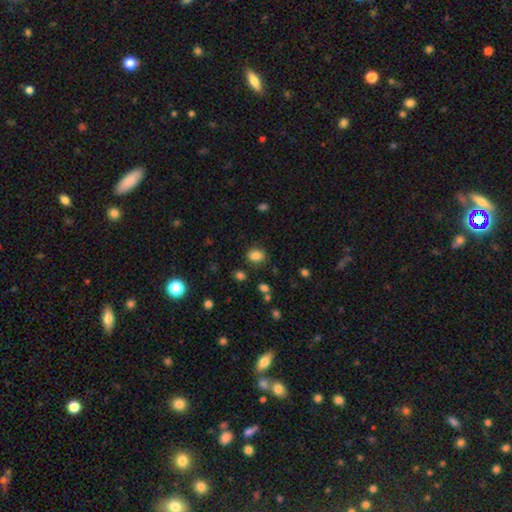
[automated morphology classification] Overall: smooth (83%). How rounded: round (54%; in between 45%). Merging: none (84%).